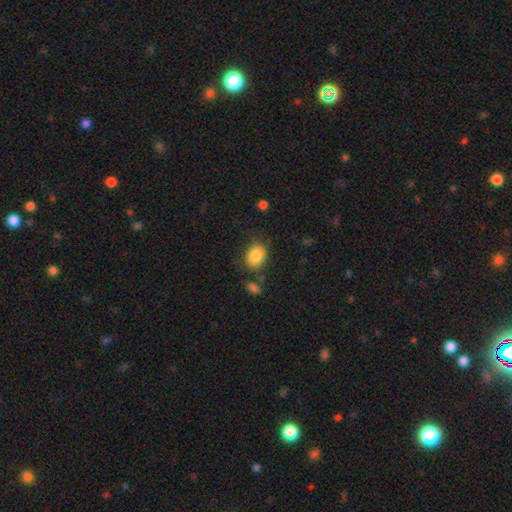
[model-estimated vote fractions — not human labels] smooth 86%, star or artifact 8%, featured or disk 6%. Down the decision tree: how rounded — in between (65%); merging — none (73%).